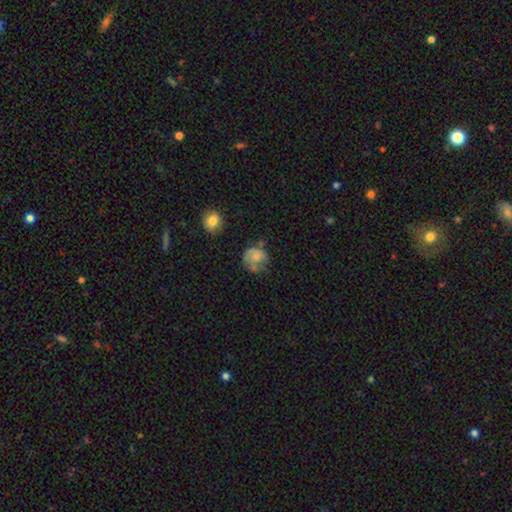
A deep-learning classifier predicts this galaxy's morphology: The model was most divided on "merging": none: 43%, minor disturbance: 29%, major disturbance: 20%, merger: 7%. More confident: how rounded — round (75%); smooth or featured — smooth (62%).